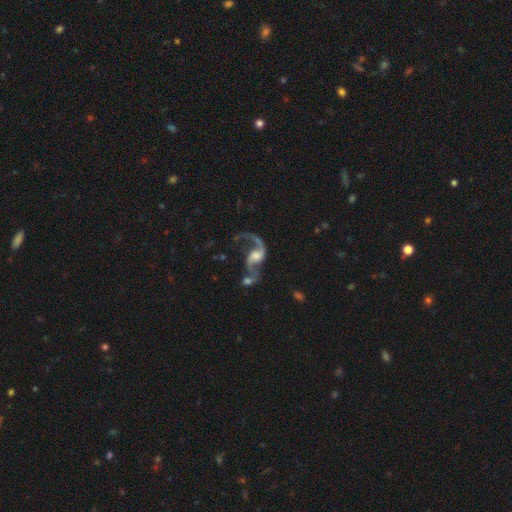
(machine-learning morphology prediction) Smooth or featured: featured or disk — 86% (smooth — 8%)
Edge-on disk: no — 97% (yes — 3%)
Bar: no — 43% (weak — 42%)
Spiral arms: yes — 95% (no — 5%)
Spiral winding: loose — 82% (medium — 15%)
Spiral arm count: 2 — 81% (1 — 15%)
Bulge size: moderate — 40% (small — 27%)
Merging: none — 35% (merger — 31%)